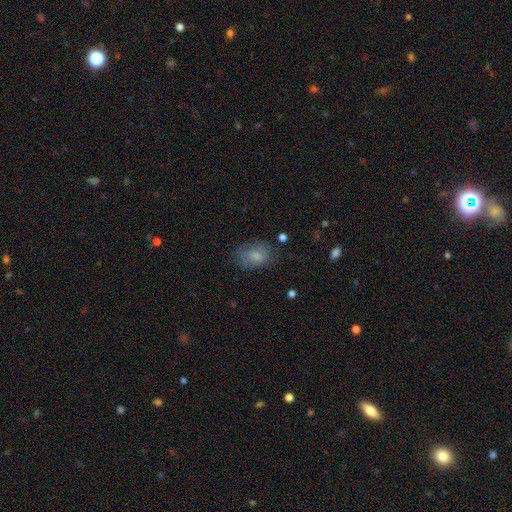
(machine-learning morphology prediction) This is likely a smooth galaxy (76%). How rounded: likely in between (75%). Merging: likely none (65%).